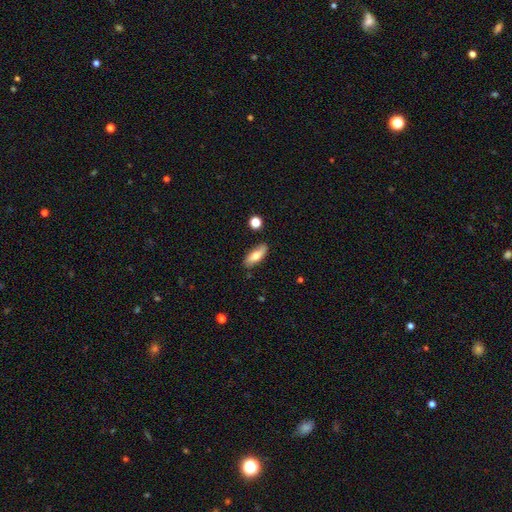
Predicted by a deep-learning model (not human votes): This appears to be a smooth galaxy with no disk features (68%) that is in between round and cigar-shaped (67%). Merging: none (82%).